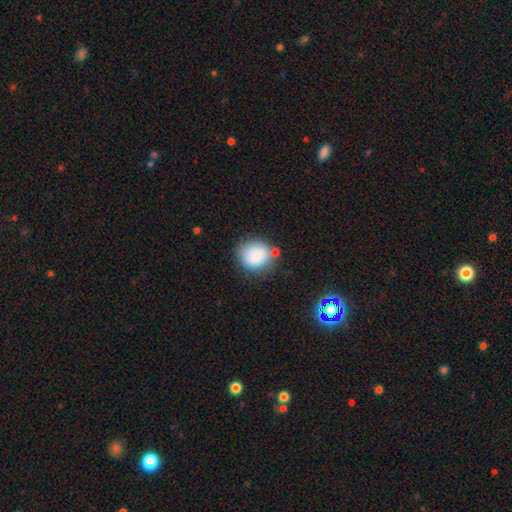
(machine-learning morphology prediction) Smooth or featured? Predicted: smooth (p=0.80). How rounded? Predicted: round (p=0.79). Merging? Predicted: none (p=0.63).